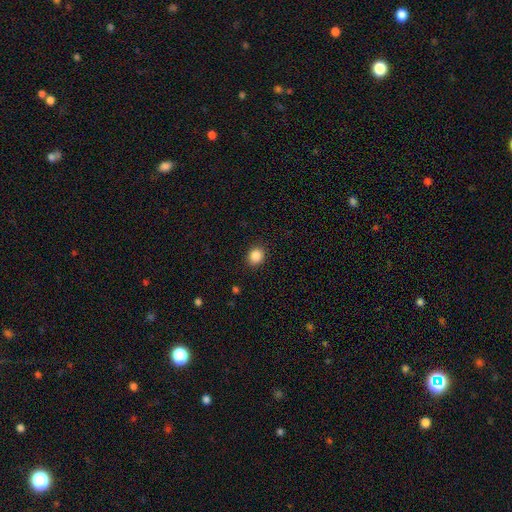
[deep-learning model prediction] Overall: smooth (87%). How rounded: round (73%). Merging: none (90%).